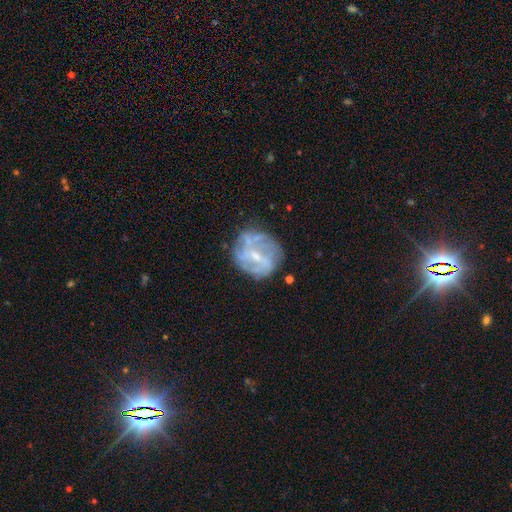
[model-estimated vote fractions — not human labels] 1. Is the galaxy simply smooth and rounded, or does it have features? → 72% featured or disk, 19% smooth, 9% star or artifact.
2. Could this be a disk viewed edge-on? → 97% no, 3% yes.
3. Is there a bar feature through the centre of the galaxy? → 48% weak, 27% no, 25% strong.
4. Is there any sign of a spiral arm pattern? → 59% yes, 41% no.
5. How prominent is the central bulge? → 61% small, 28% moderate, 9% none, 1% large, 1% dominant.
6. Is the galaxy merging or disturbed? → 64% none, 20% minor disturbance, 12% major disturbance, 4% merger.